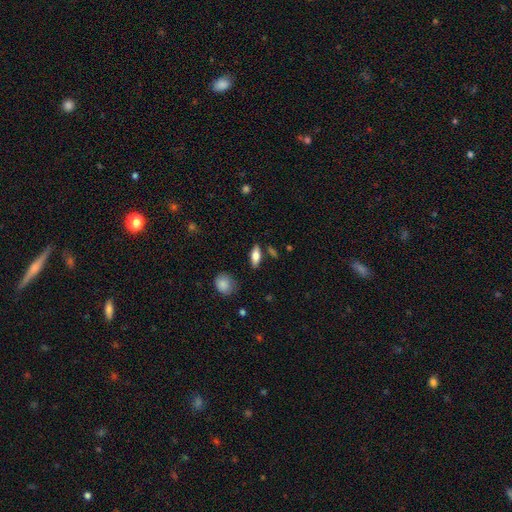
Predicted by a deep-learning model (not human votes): Overall: smooth (66%). How rounded: in between (71%). Merging: none (83%).